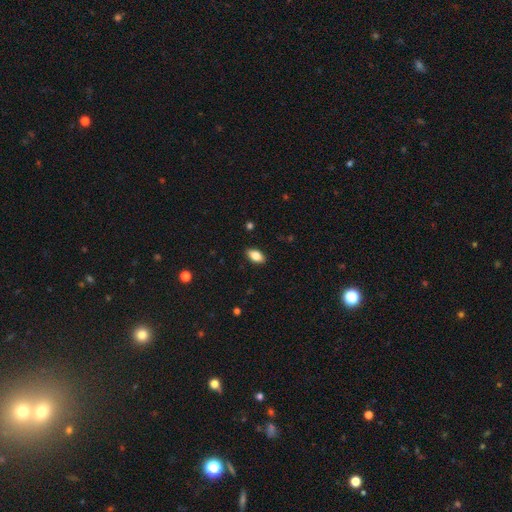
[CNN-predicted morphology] A smooth galaxy with no disk features (80%) that is in between round and cigar-shaped (90%).

Vote fractions:
- Smooth or featured? smooth: 80% / featured or disk: 13% / star or artifact: 8%
- How rounded? in between: 90% / cigar-shaped: 5% / round: 5%
- Merging? none: 89% / minor disturbance: 8% / major disturbance: 2% / merger: 1%